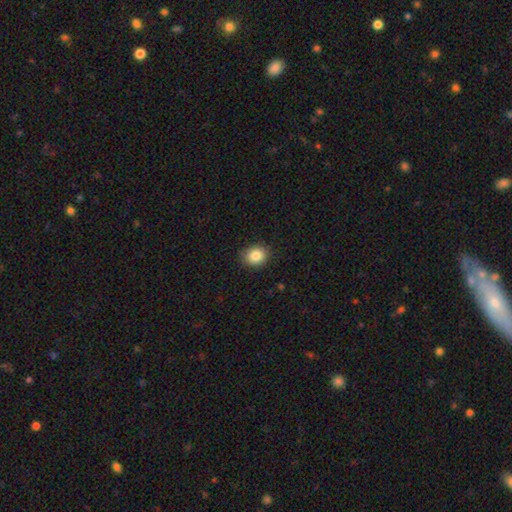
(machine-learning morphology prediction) Smooth or featured: smooth — 85% (star or artifact — 10%)
How rounded: round — 65% (in between — 34%)
Merging: none — 88% (minor disturbance — 9%)